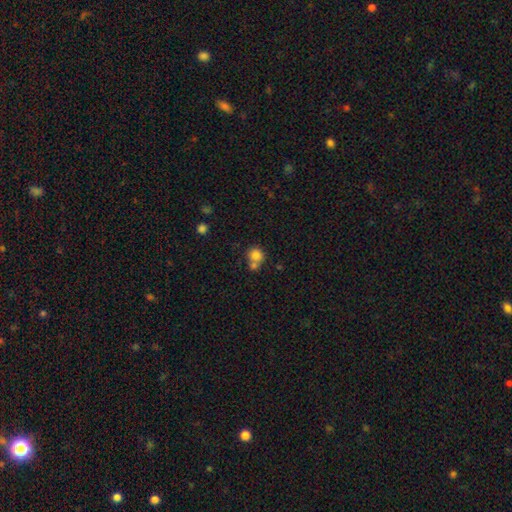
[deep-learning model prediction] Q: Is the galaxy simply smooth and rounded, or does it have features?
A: smooth — 81%.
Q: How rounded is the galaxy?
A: round — 83%.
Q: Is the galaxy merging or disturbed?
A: none — 45%.